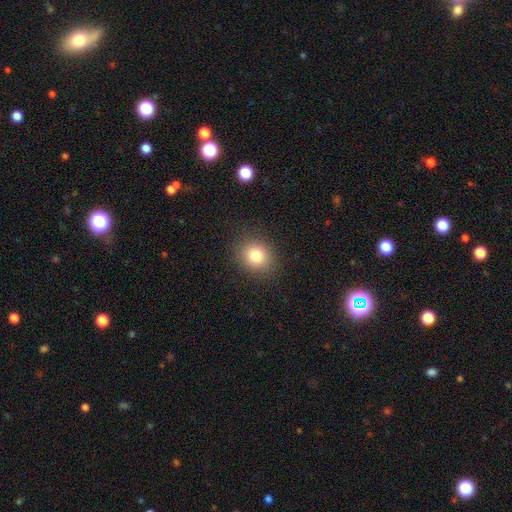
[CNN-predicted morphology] Smooth or featured? Predicted: smooth (p=0.81). How rounded? Predicted: round (p=0.72). Merging? Predicted: none (p=0.87).